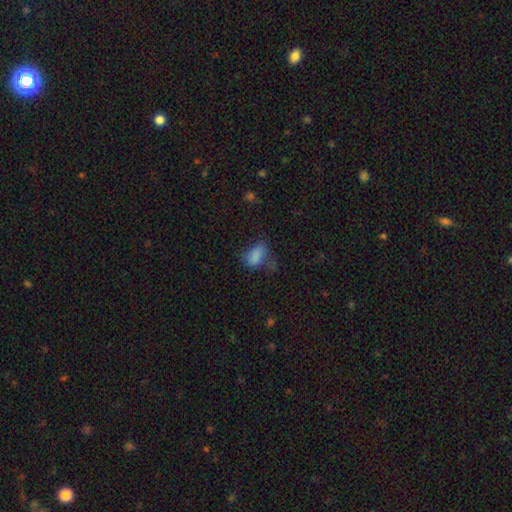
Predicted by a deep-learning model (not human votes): smooth-or-featured: smooth: 76% | star or artifact: 13% | featured or disk: 11%
  how-rounded: in between: 89% | round: 8% | cigar-shaped: 3%
  merging: none: 33% (tied) | major disturbance: 33% (tied) | minor disturbance: 28% | merger: 6%